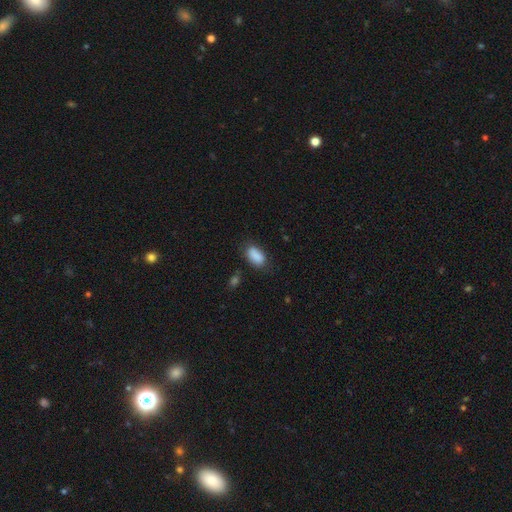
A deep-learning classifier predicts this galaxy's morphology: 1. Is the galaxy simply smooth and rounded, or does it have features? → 88% smooth, 8% star or artifact, 4% featured or disk.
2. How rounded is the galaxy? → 92% in between, 5% round, 3% cigar-shaped.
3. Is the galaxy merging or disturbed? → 75% none, 18% minor disturbance, 4% major disturbance, 2% merger.